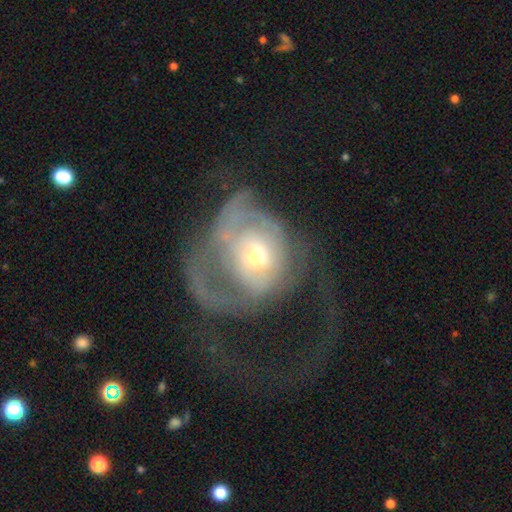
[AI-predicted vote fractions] featured or disk 65%, smooth 27%, star or artifact 8%. Down the decision tree: edge-on disk — no (96%); bar — no (75%); spiral arms — yes (58%); bulge size — moderate (58%); merging — major disturbance (66%).